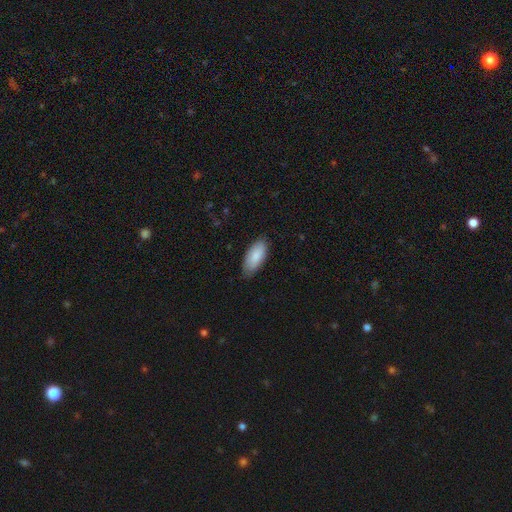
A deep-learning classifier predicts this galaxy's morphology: A smooth galaxy with no disk features (87%) that is in between round and cigar-shaped (87%).

Vote fractions:
- Smooth or featured? smooth: 87% / featured or disk: 8% / star or artifact: 5%
- How rounded? in between: 87% / cigar-shaped: 11% / round: 2%
- Merging? none: 80% / minor disturbance: 16% / major disturbance: 3% / merger: 1%